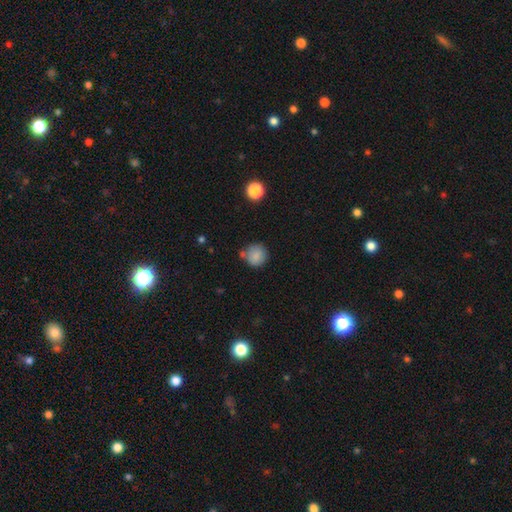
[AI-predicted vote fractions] Smooth or featured?
  - smooth: 84% *
  - star or artifact: 9%
  - featured or disk: 7%
How rounded?
  - round: 91% *
  - in between: 8%
  - cigar-shaped: 1%
Merging?
  - none: 69% *
  - minor disturbance: 16%
  - merger: 11%
  - major disturbance: 4%